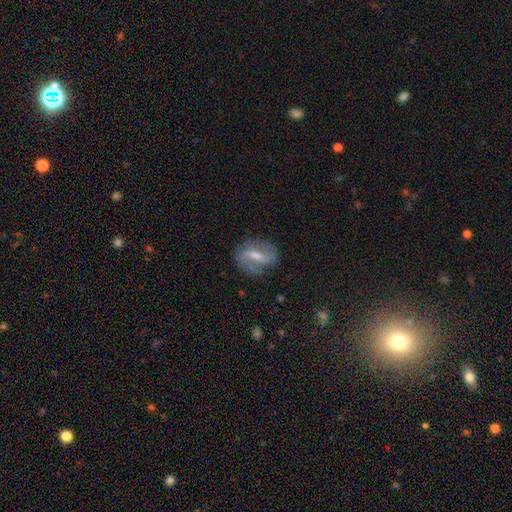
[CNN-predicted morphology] Smooth or featured: featured or disk — 71% (smooth — 21%)
Edge-on disk: no — 92% (yes — 8%)
Bar: strong — 45% (weak — 40%)
Spiral arms: yes — 76% (no — 24%)
Bulge size: moderate — 49% (small — 43%)
Merging: none — 75% (minor disturbance — 17%)